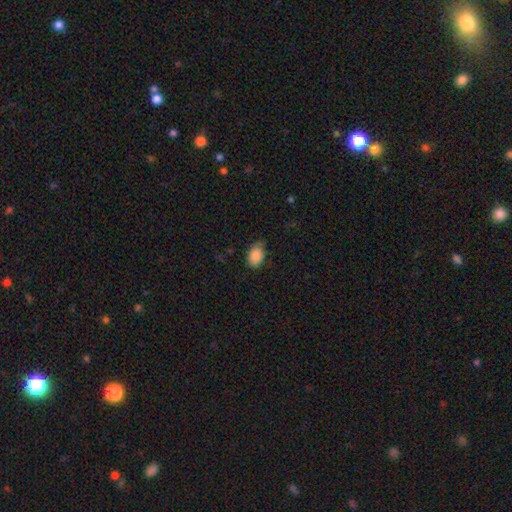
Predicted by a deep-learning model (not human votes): This is clearly a smooth galaxy (86%). How rounded: clearly in between (83%). Merging: likely none (71%).